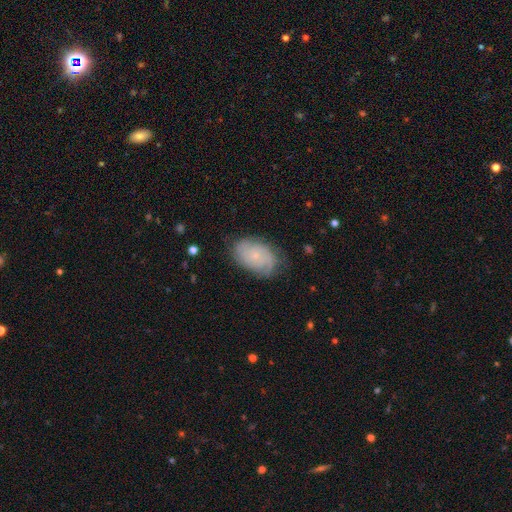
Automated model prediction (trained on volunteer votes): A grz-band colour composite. It shows a featured or disk galaxy (63%) with no bar (80%), tight (59%) spiral arms (89%) and a small central bulge (78%). Merging: none (71%).